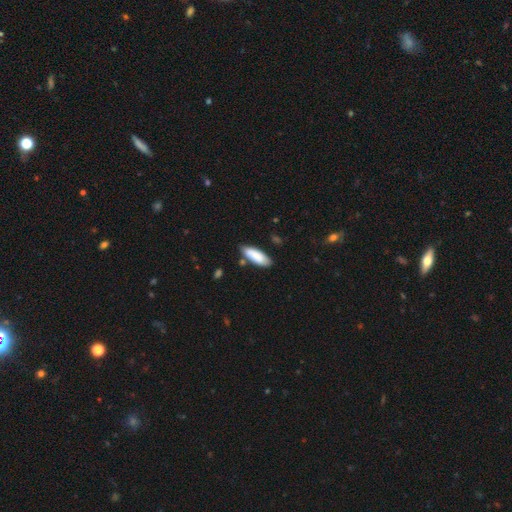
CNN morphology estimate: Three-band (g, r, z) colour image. It shows a smooth galaxy with no disk features (86%) that is in between round and cigar-shaped (67%). Merging: none (78%).